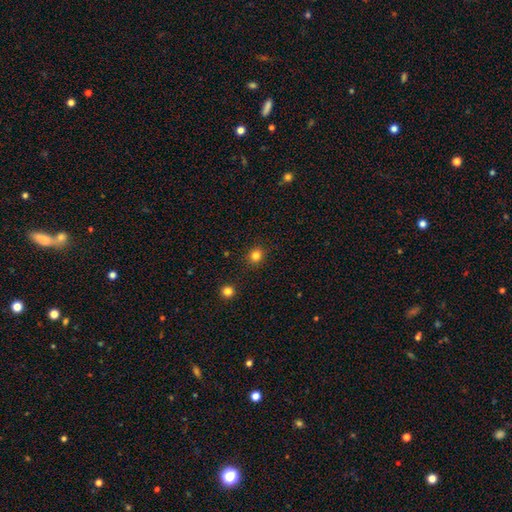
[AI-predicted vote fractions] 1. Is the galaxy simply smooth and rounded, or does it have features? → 82% smooth, 13% star or artifact, 4% featured or disk.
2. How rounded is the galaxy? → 83% round, 16% in between, 1% cigar-shaped.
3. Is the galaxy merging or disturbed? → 90% none, 7% minor disturbance, 2% major disturbance, 1% merger.